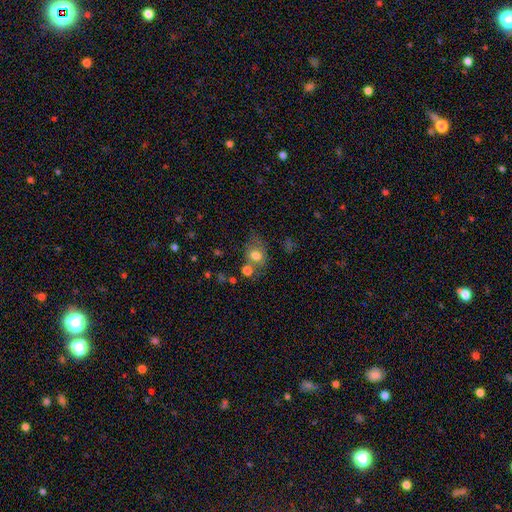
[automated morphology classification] Smooth or featured? smooth (73%)
How rounded? round (56%)
Merging? none (46%)